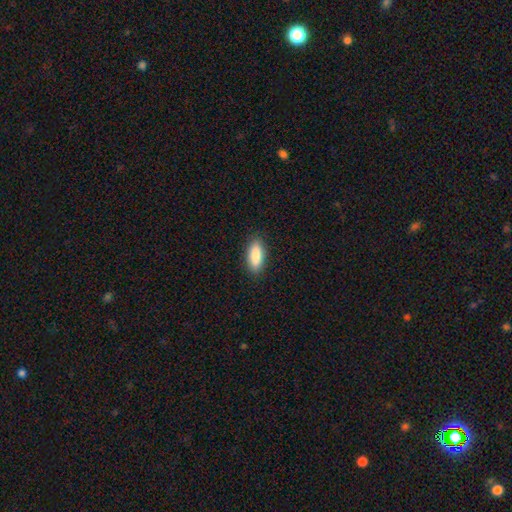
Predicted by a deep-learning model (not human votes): Smooth or featured?
  - smooth: 88% *
  - star or artifact: 6%
  - featured or disk: 6%
How rounded?
  - in between: 78% *
  - cigar-shaped: 20%
  - round: 2%
Merging?
  - none: 89% *
  - minor disturbance: 8%
  - major disturbance: 2%
  - merger: 1%